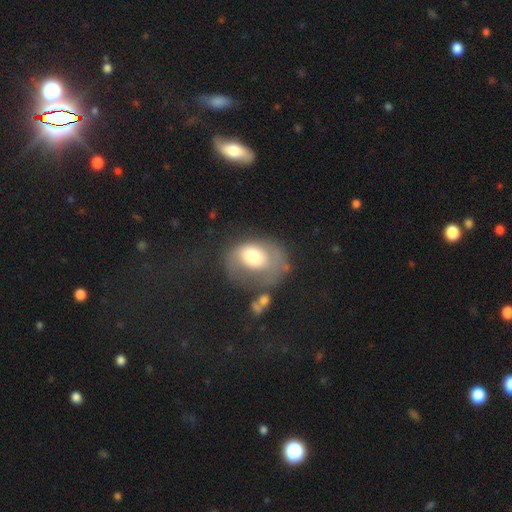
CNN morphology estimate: This is possibly a smooth galaxy (52%). How rounded: likely in between (61%). Merging: marginally none (35%).